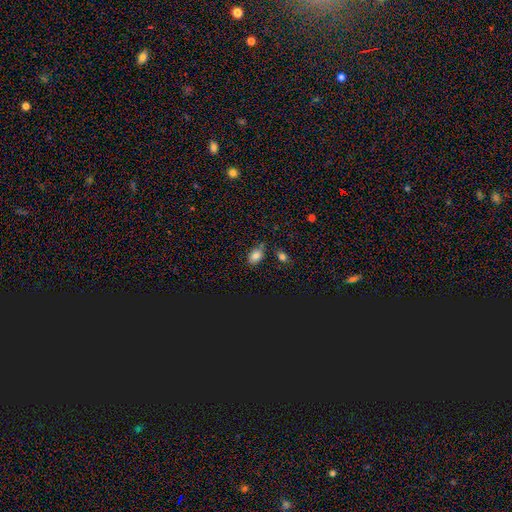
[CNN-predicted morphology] Smooth or featured? Predicted: smooth (p=0.80). How rounded? Predicted: in between (p=0.85). Merging? Predicted: none (p=0.64).